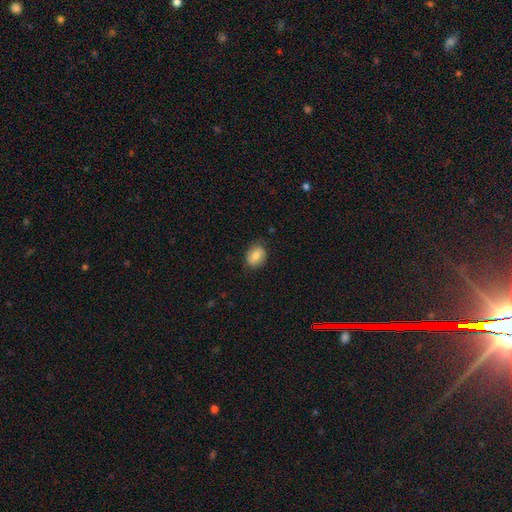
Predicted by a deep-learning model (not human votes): Q: Smooth or featured?
A: smooth (78%); runner-up: featured or disk (15%)
Q: How rounded?
A: in between (60%); runner-up: round (39%)
Q: Merging?
A: none (79%); runner-up: minor disturbance (17%)